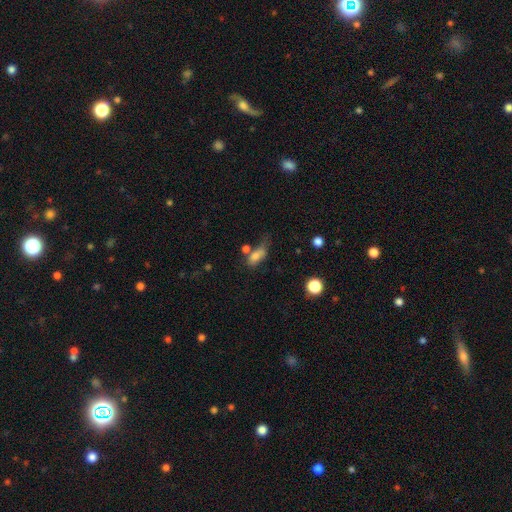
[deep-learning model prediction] This appears to be a smooth galaxy with no disk features (75%) that is in between round and cigar-shaped (79%). Merging: none (35%).